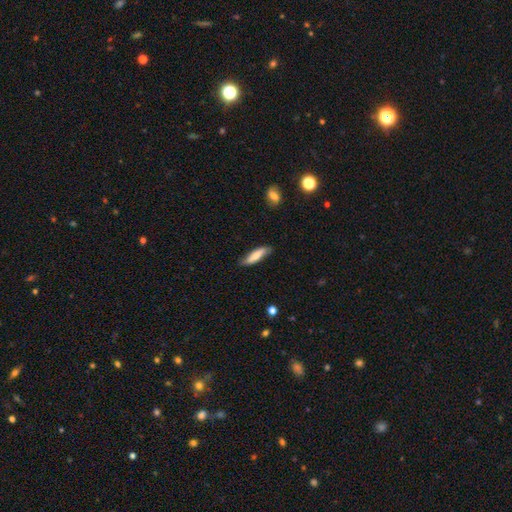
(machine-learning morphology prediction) smooth-or-featured: smooth: 69% | featured or disk: 25% | star or artifact: 6%
  how-rounded: cigar-shaped: 65% | in between: 33% | round: 2%
  merging: none: 78% | minor disturbance: 18% | major disturbance: 3% | merger: 1%